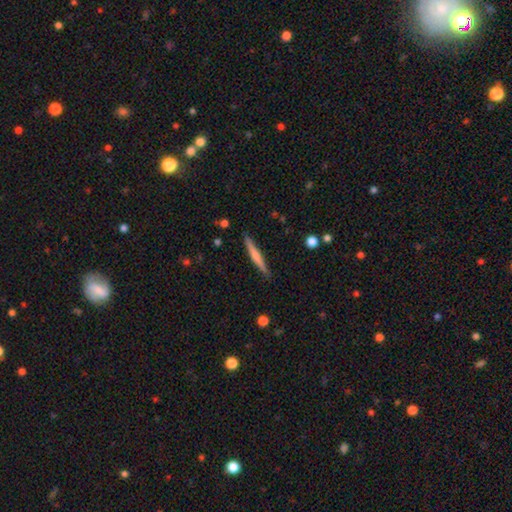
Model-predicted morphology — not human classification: This is possibly a smooth galaxy (50%). Merging: clearly none (89%).